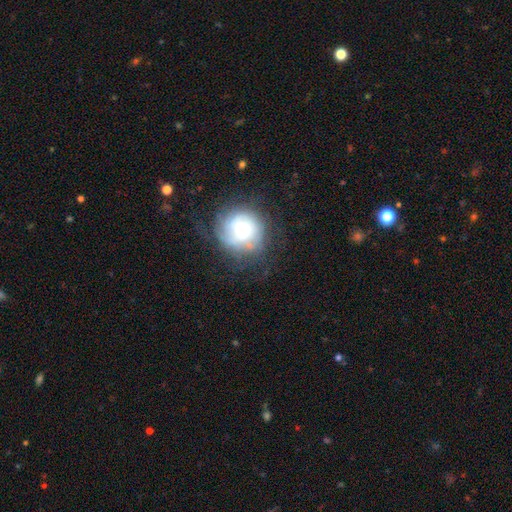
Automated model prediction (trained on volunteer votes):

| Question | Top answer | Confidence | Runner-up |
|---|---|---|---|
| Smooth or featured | featured or disk | 52% | smooth (36%) |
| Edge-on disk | no | 97% | yes (3%) |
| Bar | no | 75% | weak (20%) |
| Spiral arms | yes | 76% | no (24%) |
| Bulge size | moderate | 57% | small (24%) |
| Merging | none | 66% | minor disturbance (20%) |